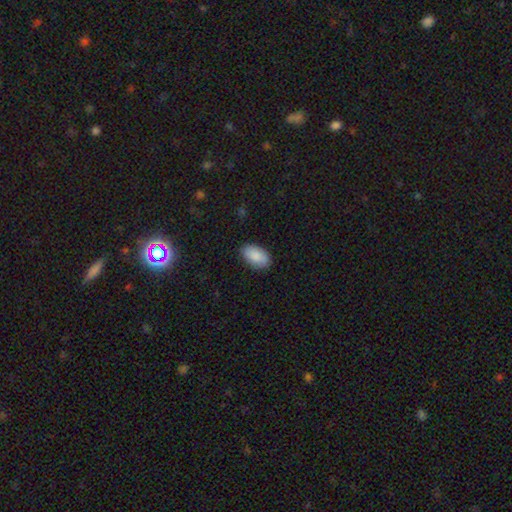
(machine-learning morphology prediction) The model was most divided on "merging": none: 86%, minor disturbance: 11%, major disturbance: 2%, merger: 1%. More confident: how rounded — in between (94%); smooth or featured — smooth (88%).